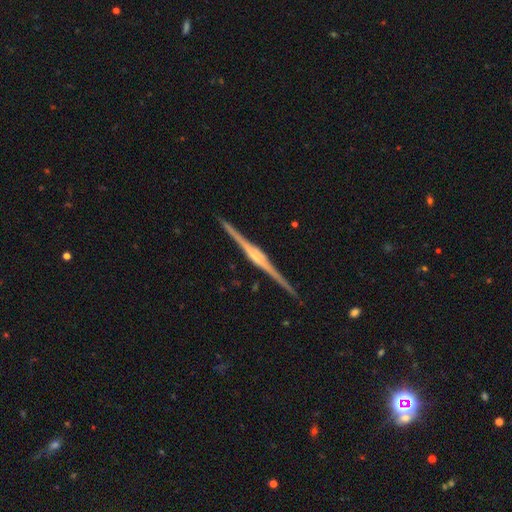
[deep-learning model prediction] A featured or disk galaxy (89%) viewed edge-on (99%) with a rounded central bulge (57%).

Vote fractions:
- Smooth or featured? featured or disk: 89% / smooth: 6% / star or artifact: 5%
- Edge-on disk? yes: 99% / no: 1%
- Edge-on bulge? rounded: 57% / boxy: 33% / none: 9%
- Merging? none: 92% / minor disturbance: 6% / major disturbance: 1% / merger: 1%